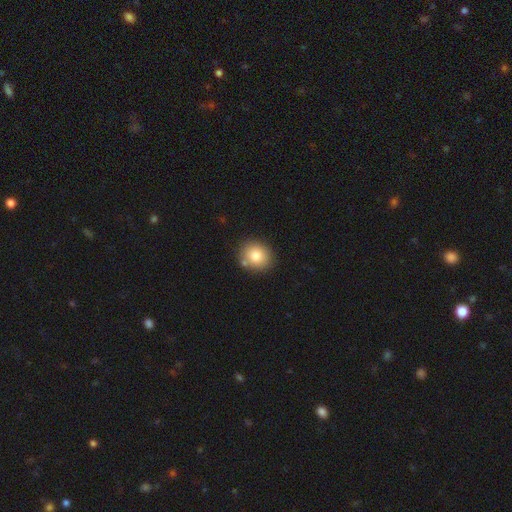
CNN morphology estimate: smooth_or_featured: smooth (p=0.81) [alt: featured or disk p=0.10]
how_rounded: round (p=0.71) [alt: in between p=0.28]
merging: none (p=0.80) [alt: minor disturbance p=0.10]